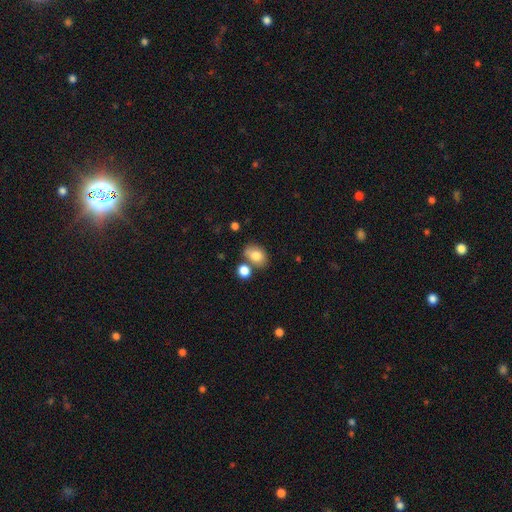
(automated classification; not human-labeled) The model was most divided on "merging": none: 61%, merger: 20%, minor disturbance: 15%, major disturbance: 4%. More confident: smooth or featured — smooth (79%); how rounded — in between (74%).